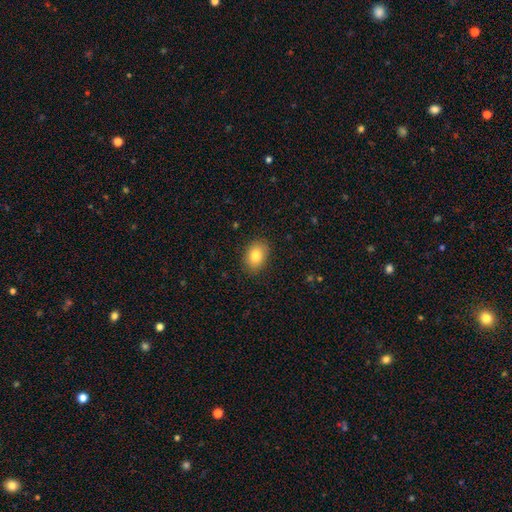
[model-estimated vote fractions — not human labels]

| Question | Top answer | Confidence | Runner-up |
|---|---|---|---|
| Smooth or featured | smooth | 83% | featured or disk (9%) |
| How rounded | in between | 74% | round (25%) |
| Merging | none | 87% | minor disturbance (9%) |